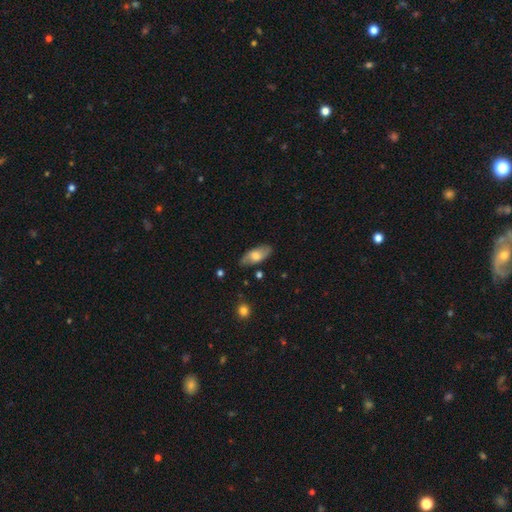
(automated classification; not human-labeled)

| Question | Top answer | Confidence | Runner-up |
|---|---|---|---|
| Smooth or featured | smooth | 56% | featured or disk (37%) |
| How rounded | in between | 85% | cigar-shaped (12%) |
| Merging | none | 81% | minor disturbance (14%) |